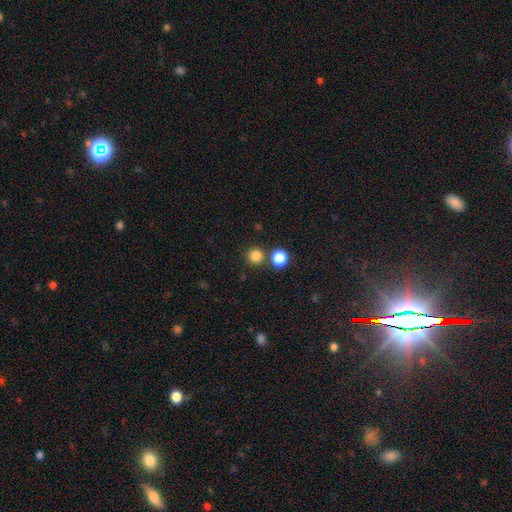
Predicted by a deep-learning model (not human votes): This is clearly a smooth galaxy (82%). How rounded: clearly round (93%). Merging: likely none (78%).